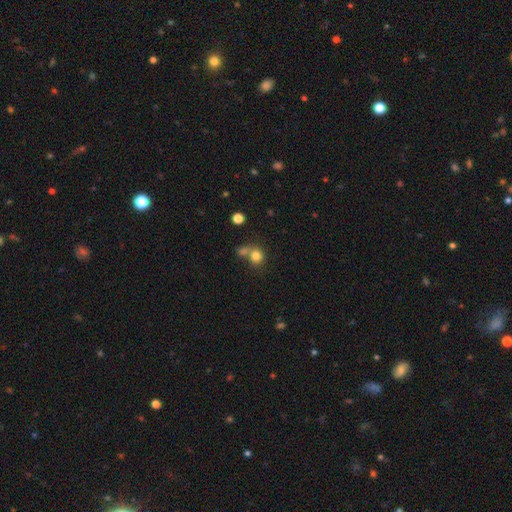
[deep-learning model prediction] Morphology: type=smooth (79%); roundness=round (82%); merging=none (48%).